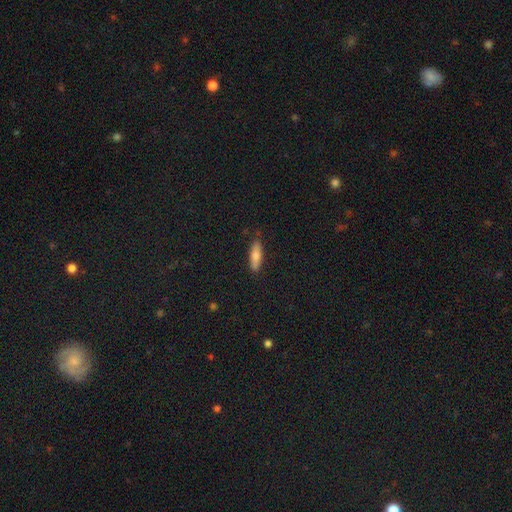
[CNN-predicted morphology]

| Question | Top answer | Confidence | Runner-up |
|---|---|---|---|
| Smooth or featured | smooth | 73% | featured or disk (21%) |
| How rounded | in between | 49% | tied: cigar-shaped (49%) |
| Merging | none | 85% | minor disturbance (12%) |